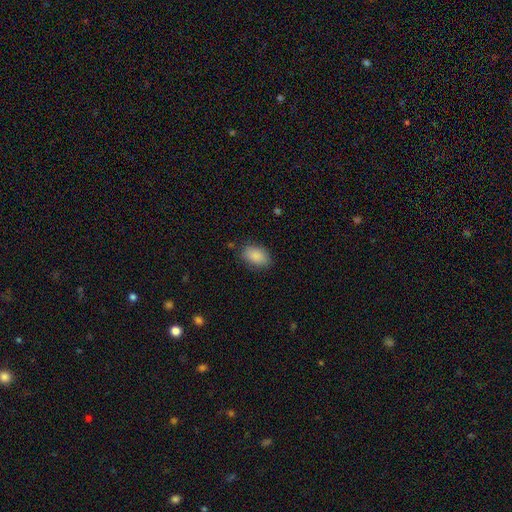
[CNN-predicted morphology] Overall: smooth (88%). How rounded: in between (87%). Merging: none (80%).